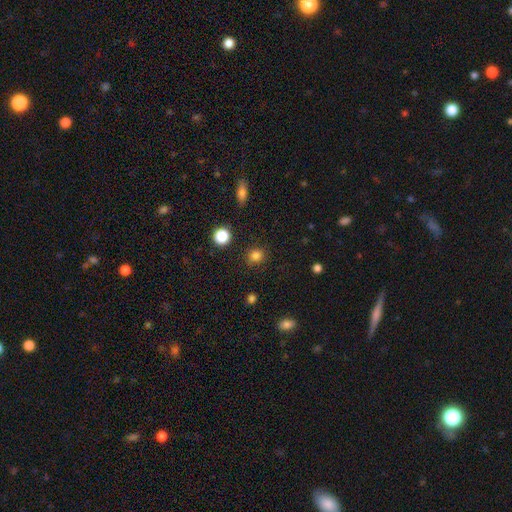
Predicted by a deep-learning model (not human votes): Q: Smooth or featured?
A: smooth (83%); runner-up: star or artifact (13%)
Q: How rounded?
A: round (86%); runner-up: in between (13%)
Q: Merging?
A: none (88%); runner-up: minor disturbance (8%)